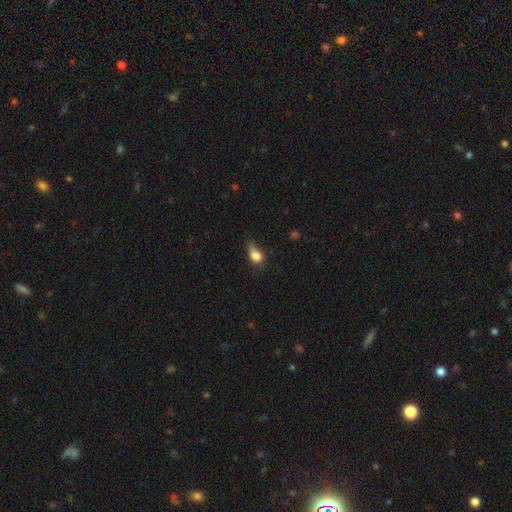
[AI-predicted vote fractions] Smooth or featured? smooth (81%)
How rounded? in between (71%)
Merging? minor disturbance (42%)